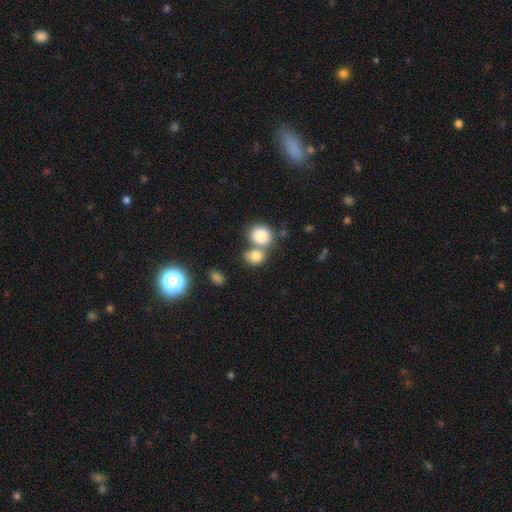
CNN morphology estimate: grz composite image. It shows a smooth galaxy with no disk features (81%) that is round (62%). Merging: merger (51%).